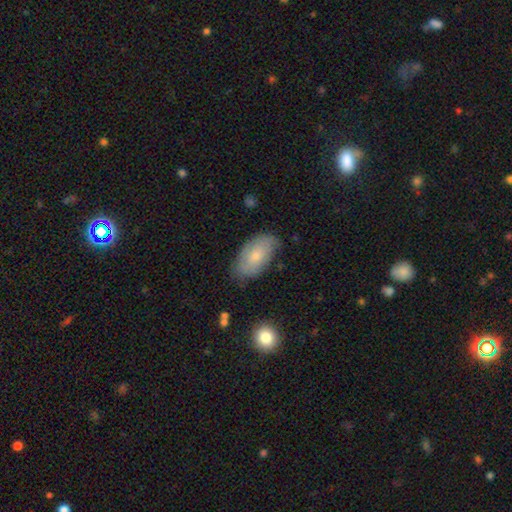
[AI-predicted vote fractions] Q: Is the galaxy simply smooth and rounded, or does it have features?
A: smooth — 68%.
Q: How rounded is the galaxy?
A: in between — 94%.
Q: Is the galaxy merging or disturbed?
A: none — 72%.